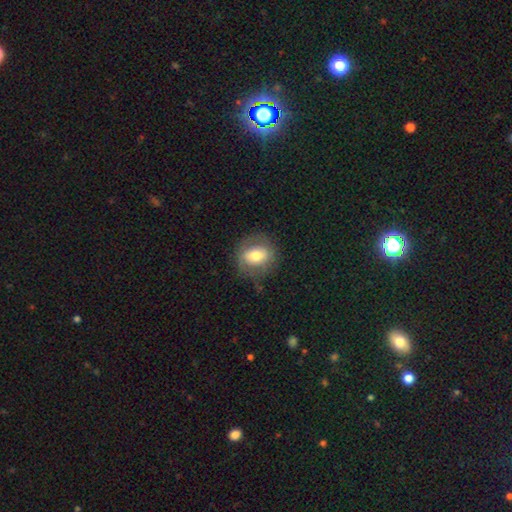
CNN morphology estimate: Smooth or featured: smooth — 59% (featured or disk — 33%)
How rounded: round — 61% (in between — 38%)
Merging: none — 73% (minor disturbance — 17%)